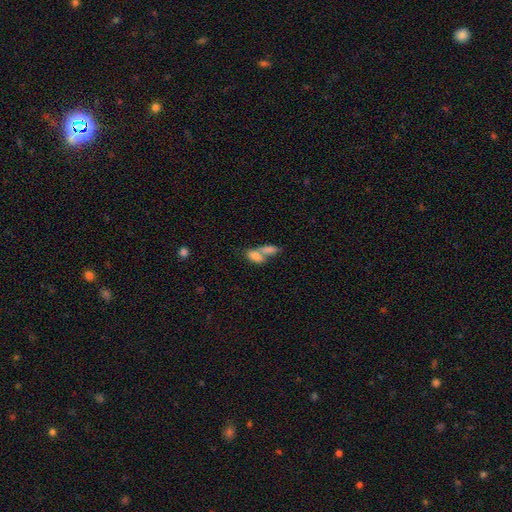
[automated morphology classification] A smooth galaxy with no disk features (79%) that is in between round and cigar-shaped (88%). Merging: merger (65%).